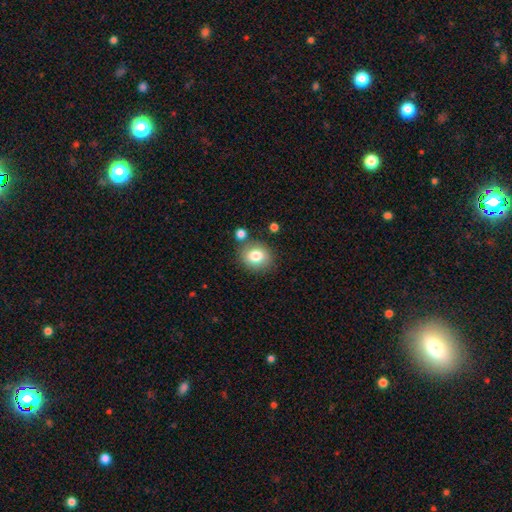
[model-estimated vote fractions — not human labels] A smooth galaxy with no disk features (80%) that is round (69%).

Vote fractions:
- Smooth or featured? smooth: 80% / featured or disk: 10% / star or artifact: 10%
- How rounded? round: 69% / in between: 30% / cigar-shaped: 1%
- Merging? none: 78% / minor disturbance: 11% / merger: 8% / major disturbance: 3%